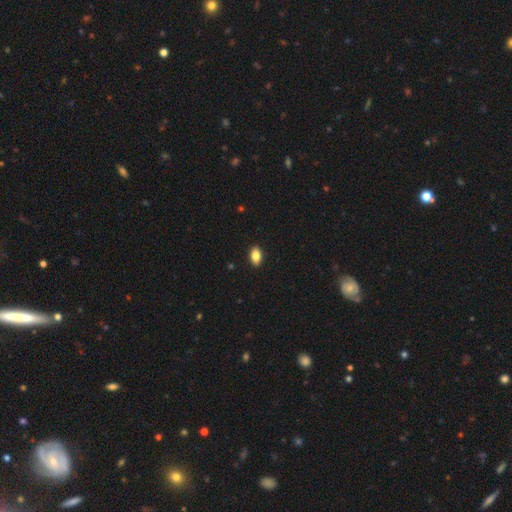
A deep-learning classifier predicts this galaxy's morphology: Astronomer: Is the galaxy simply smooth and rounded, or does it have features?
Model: smooth — 83%.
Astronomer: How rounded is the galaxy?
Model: in between — 90%.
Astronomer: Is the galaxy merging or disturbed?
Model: none — 90%.